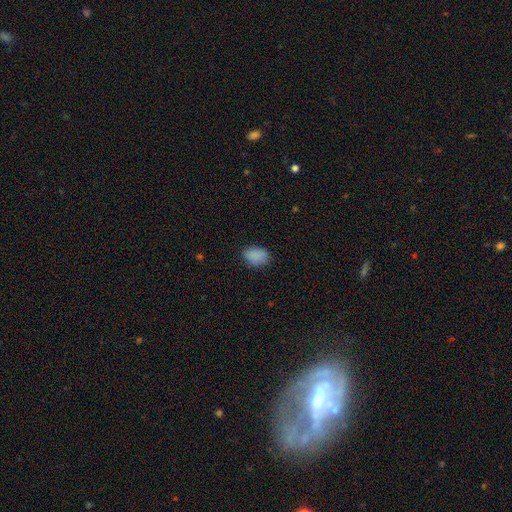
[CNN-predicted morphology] Smooth or featured?
  - smooth: 87% *
  - star or artifact: 9%
  - featured or disk: 4%
How rounded?
  - in between: 84% *
  - round: 15%
  - cigar-shaped: 1%
Merging?
  - none: 80% *
  - minor disturbance: 16%
  - major disturbance: 3%
  - merger: 1%